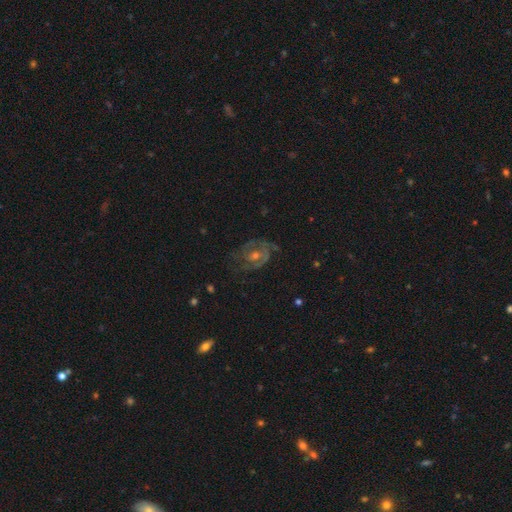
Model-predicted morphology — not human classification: A featured or disk galaxy (76%) with no bar (56%), 2 (53%) tight (48%) spiral arms (86%) and a moderate central bulge (52%).

Vote fractions:
- Smooth or featured? featured or disk: 76% / star or artifact: 12% / smooth: 12%
- Edge-on disk? no: 97% / yes: 3%
- Bar? no: 56% / weak: 35% / strong: 9%
- Spiral arms? yes: 86% / no: 14%
- Spiral winding? tight: 48% / medium: 40% / loose: 11%
- Spiral arm count? 2: 53% / can't tell: 25% / 3: 10% / 1: 6% / 4: 3% / more than 4: 3%
- Bulge size? moderate: 52% / small: 41% / large: 3% / none: 2% / dominant: 1%
- Merging? none: 68% / minor disturbance: 18% / major disturbance: 12% / merger: 2%